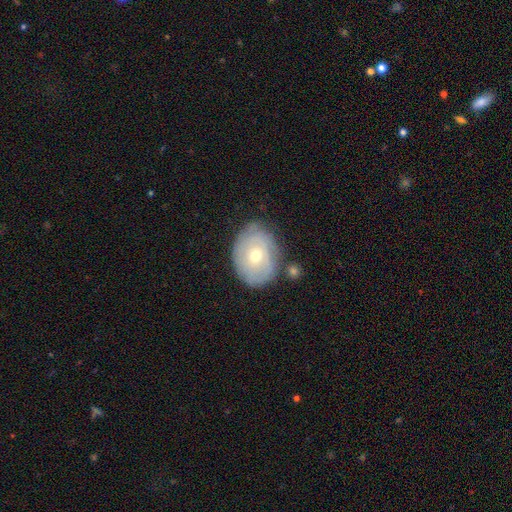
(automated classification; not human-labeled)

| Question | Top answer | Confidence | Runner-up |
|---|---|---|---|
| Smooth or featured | featured or disk | 51% | smooth (41%) |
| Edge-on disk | no | 94% | yes (6%) |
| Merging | none | 68% | minor disturbance (22%) |